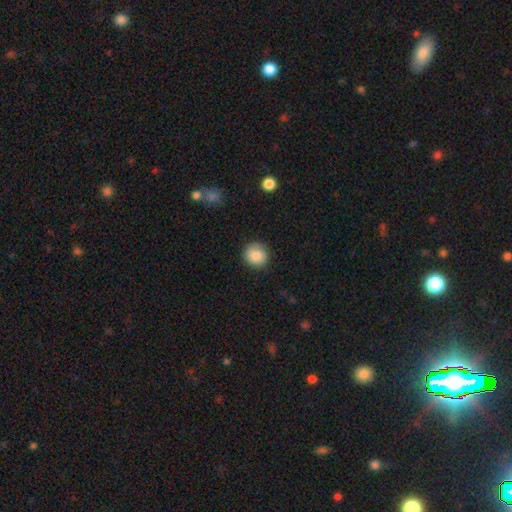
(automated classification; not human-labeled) Smooth or featured?
  - smooth: 87% *
  - star or artifact: 8%
  - featured or disk: 5%
How rounded?
  - round: 91% *
  - in between: 8%
  - cigar-shaped: 1%
Merging?
  - none: 86% *
  - minor disturbance: 11%
  - major disturbance: 3%
  - merger: 1%